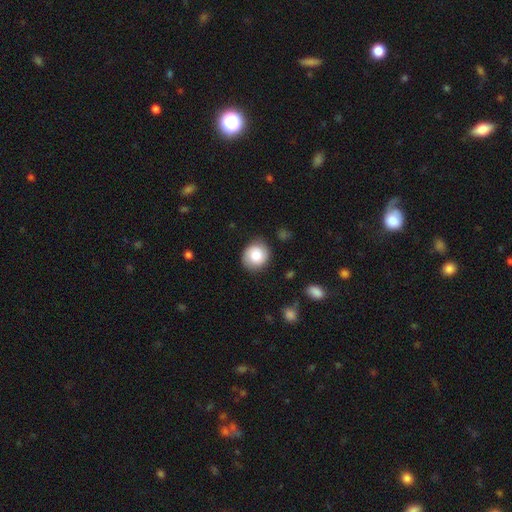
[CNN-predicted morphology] Smooth or featured? Predicted: smooth (p=0.79). How rounded? Predicted: round (p=0.83). Merging? Predicted: none (p=0.82).